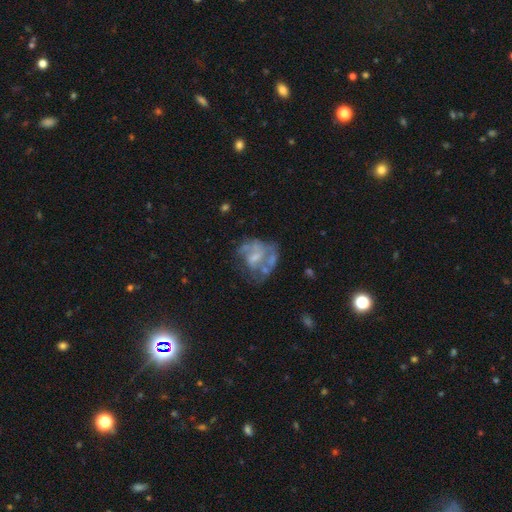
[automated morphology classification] type=featured or disk (67%); edge-on=no (98%); bar=no (61%); spiral arms=no (55%); bulge=small (38%); merging=none (37%).